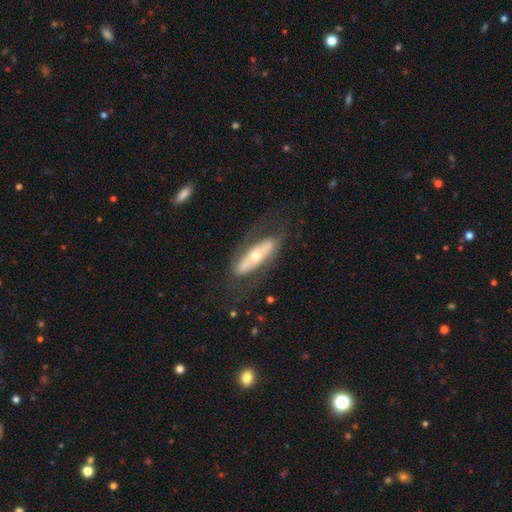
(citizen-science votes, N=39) Smooth or featured? featured or disk (64%)
Edge-on disk? no (52%)
Bar? no (69%)
Spiral arms? no (77%)
Bulge size? moderate (62%)
Merging? none (38%)